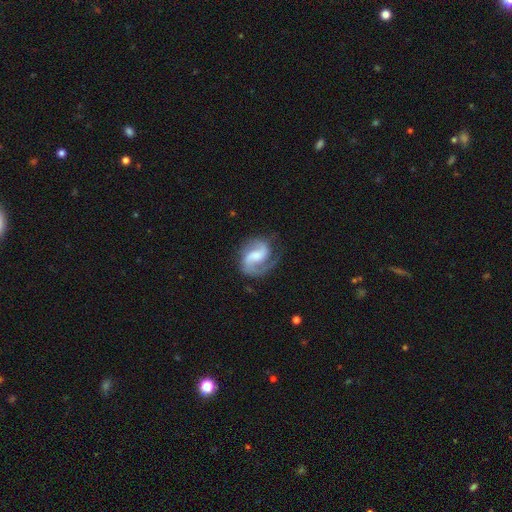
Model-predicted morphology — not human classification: The model was most divided on "bulge size": moderate: 34%, small: 27%, none: 21%, large: 15%, dominant: 2%. Remaining: edge-on disk — no (98%); spiral arms — yes (97%); smooth or featured — featured or disk (85%); spiral arm count — 2 (85%); merging — none (70%); spiral winding — medium (53%); bar — weak (47%).